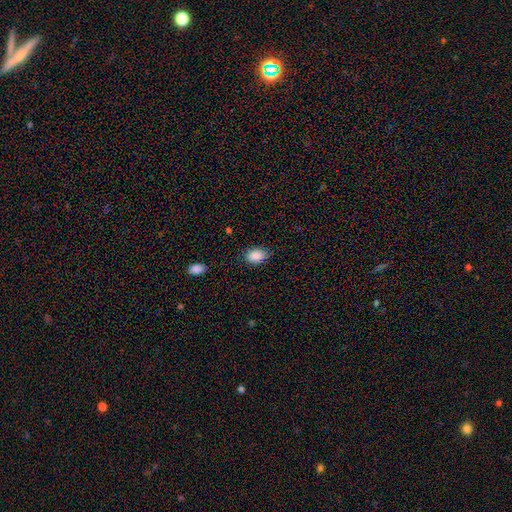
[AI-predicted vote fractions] smooth 88%, star or artifact 8%, featured or disk 4%. Down the decision tree: how rounded — in between (86%); merging — none (73%).